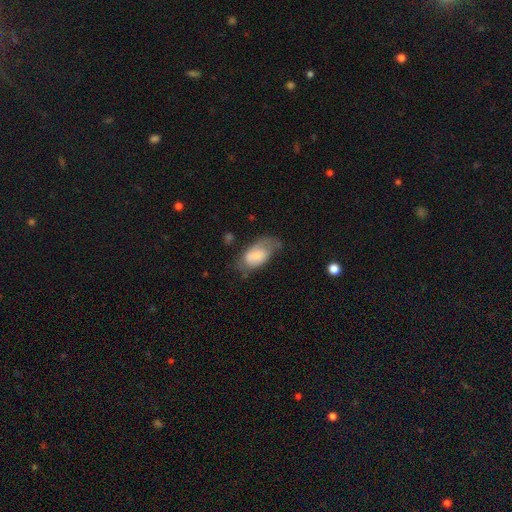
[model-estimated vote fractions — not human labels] Smooth or featured? smooth (66%)
How rounded? in between (93%)
Merging? minor disturbance (36%)